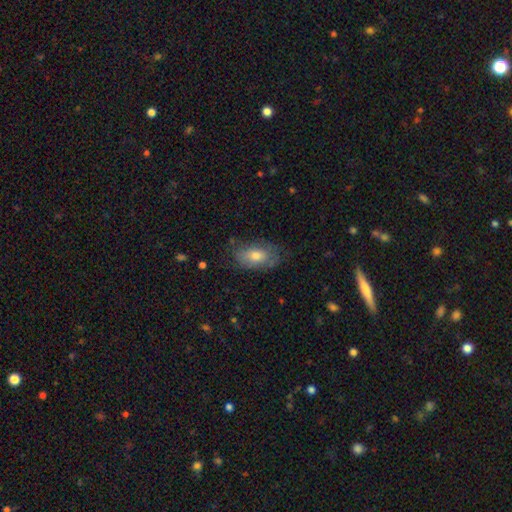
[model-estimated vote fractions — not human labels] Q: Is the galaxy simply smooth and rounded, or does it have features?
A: smooth — 69%.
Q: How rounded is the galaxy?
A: in between — 89%.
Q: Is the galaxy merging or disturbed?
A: none — 67%.